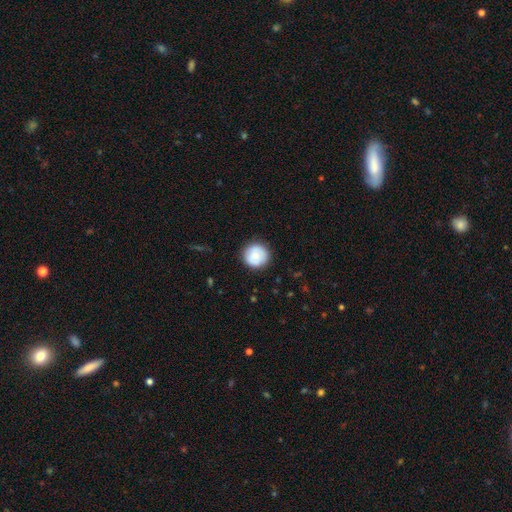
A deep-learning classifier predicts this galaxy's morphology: Overall: smooth (76%). How rounded: round (95%). Merging: none (87%).